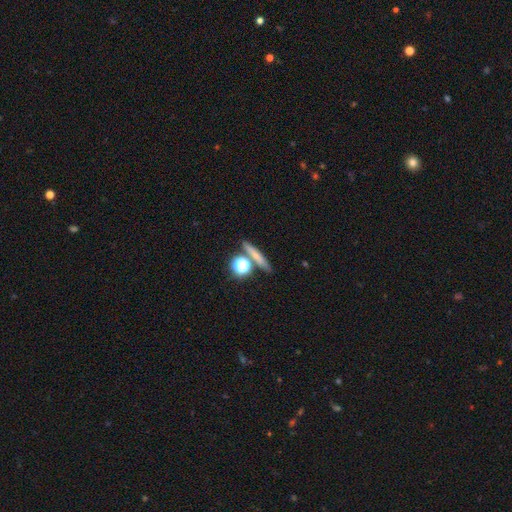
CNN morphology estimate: Smooth or featured: smooth — 63% (featured or disk — 21%)
How rounded: cigar-shaped — 60% (round — 25%)
Merging: none — 74% (merger — 14%)